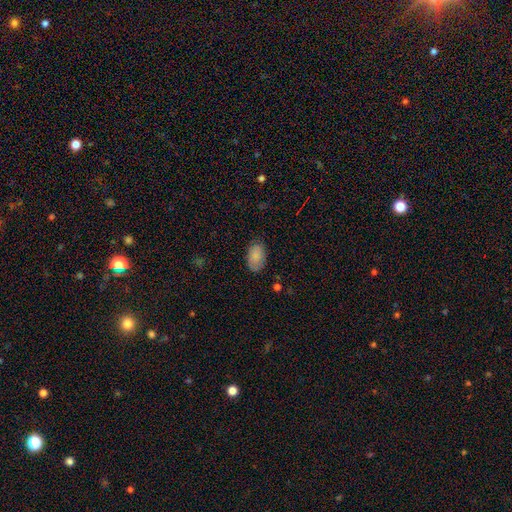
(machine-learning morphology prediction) Smooth or featured: smooth — 84% (featured or disk — 9%)
How rounded: in between — 92% (round — 6%)
Merging: none — 79% (minor disturbance — 16%)